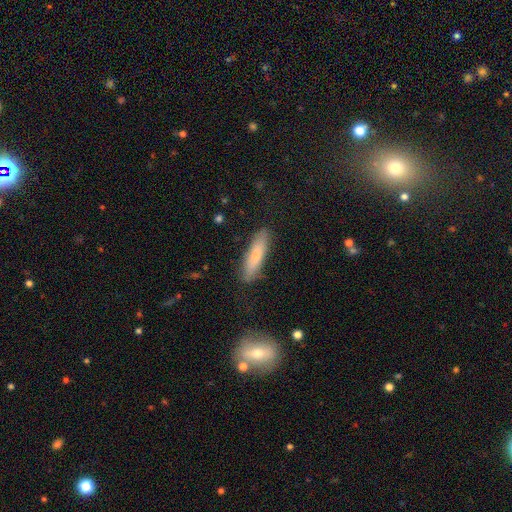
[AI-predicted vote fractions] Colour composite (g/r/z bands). It shows a smooth galaxy with no disk features (74%) that is cigar-shaped (74%). Merging: none (85%).